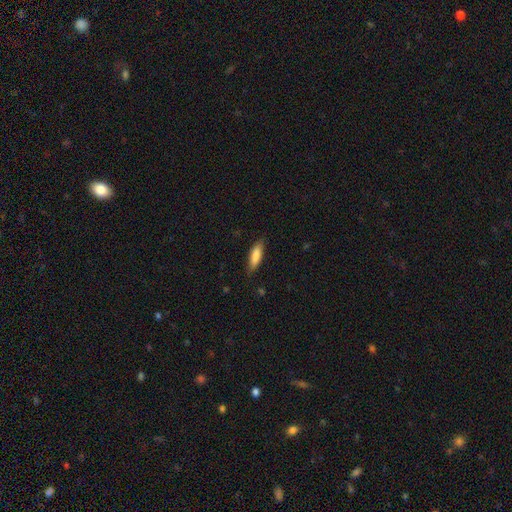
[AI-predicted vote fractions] Smooth or featured? Predicted: smooth (p=0.82). How rounded? Predicted: cigar-shaped (p=0.52). Merging? Predicted: none (p=0.81).